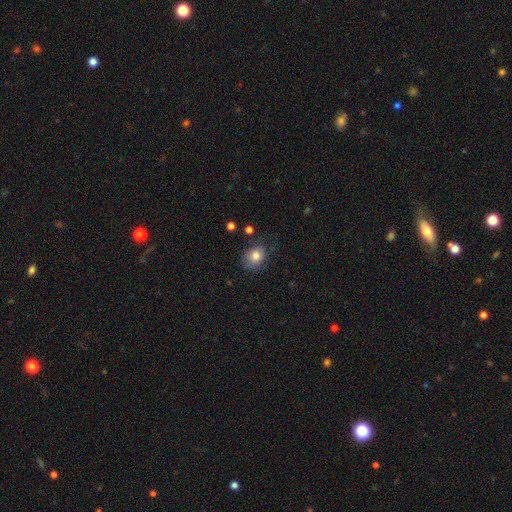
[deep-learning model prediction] smooth_or_featured: smooth (p=0.76) [alt: featured or disk p=0.15]
how_rounded: round (p=0.55) [alt: in between p=0.44]
merging: none (p=0.62) [alt: minor disturbance p=0.26]